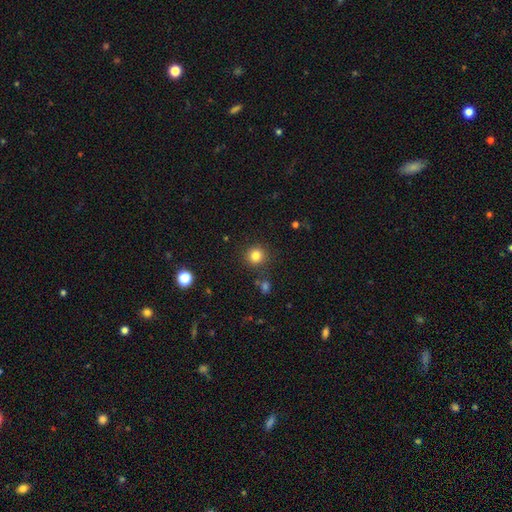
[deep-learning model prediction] smooth 82%, star or artifact 12%, featured or disk 5%. Down the decision tree: how rounded — round (93%); merging — none (86%).